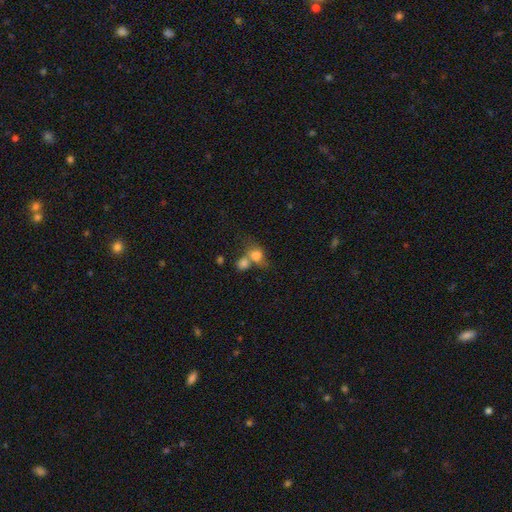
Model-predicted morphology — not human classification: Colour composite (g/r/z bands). It shows a smooth galaxy with no disk features (73%) that is round (51%). Merging: merger (57%).